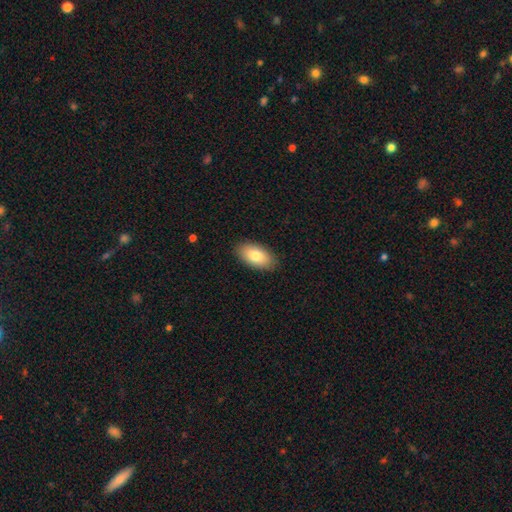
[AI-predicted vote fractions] The model was most divided on "smooth or featured": smooth: 81%, featured or disk: 12%, star or artifact: 6%. More confident: how rounded — in between (95%); merging — none (89%).